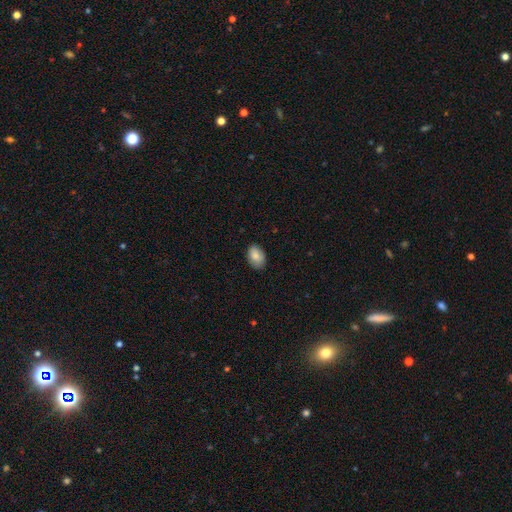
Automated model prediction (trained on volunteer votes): A smooth galaxy with no disk features (84%) that is in between round and cigar-shaped (86%).

Vote fractions:
- Smooth or featured? smooth: 84% / featured or disk: 9% / star or artifact: 7%
- How rounded? in between: 86% / round: 13% / cigar-shaped: 1%
- Merging? none: 81% / minor disturbance: 15% / major disturbance: 3% / merger: 1%